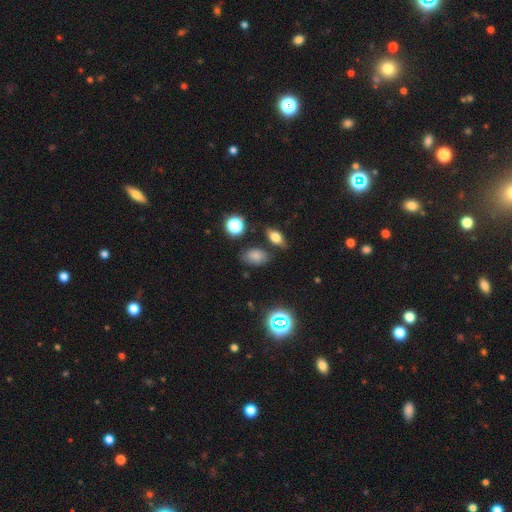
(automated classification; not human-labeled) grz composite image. It shows a smooth galaxy with no disk features (75%) that is in between round and cigar-shaped (83%). Merging: none (74%).